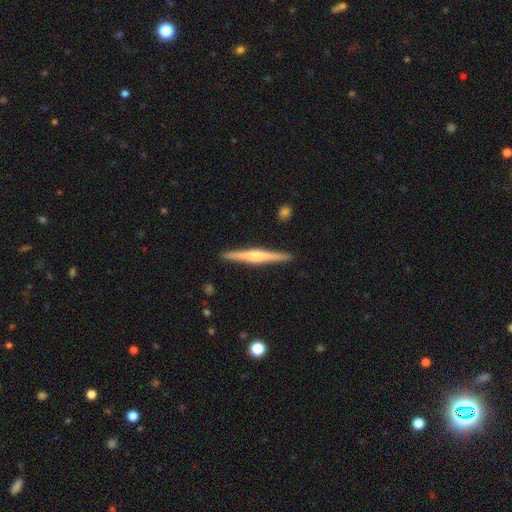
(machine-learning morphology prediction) This appears to be a featured or disk galaxy (68%) viewed edge-on (98%) with a rounded central bulge (77%). Merging: none (92%).